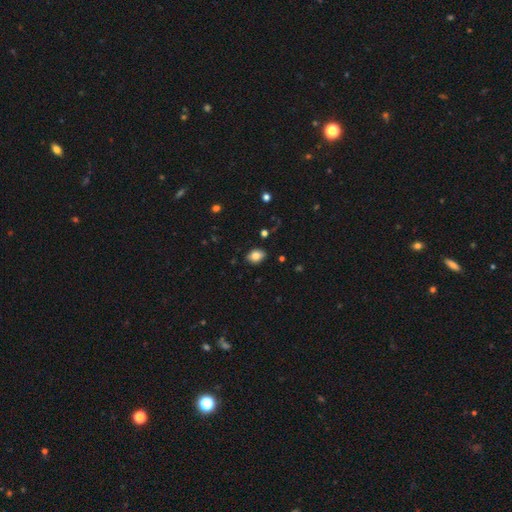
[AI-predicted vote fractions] Overall: smooth (82%). How rounded: in between (71%). Merging: none (85%).